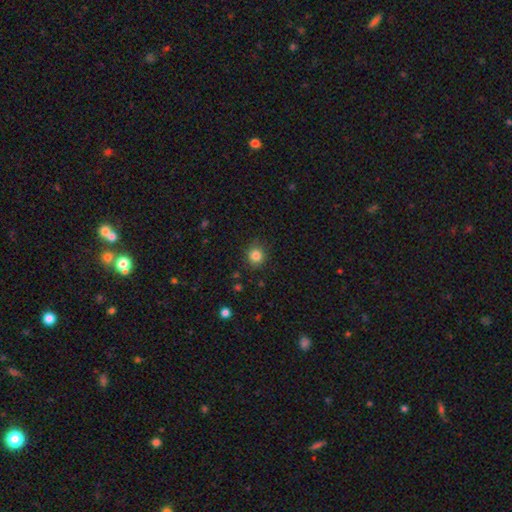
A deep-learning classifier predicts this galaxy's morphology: smooth-or-featured: smooth: 83% | star or artifact: 12% | featured or disk: 5%
  how-rounded: round: 85% | in between: 14% | cigar-shaped: 1%
  merging: none: 87% | minor disturbance: 9% | major disturbance: 2% | merger: 1%